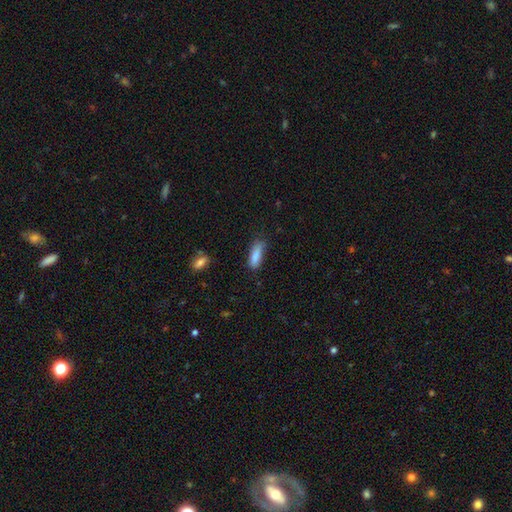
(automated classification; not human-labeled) The model was most divided on "how rounded": in between: 54%, cigar-shaped: 45%, round: 2%. More confident: smooth or featured — smooth (85%); merging — none (68%).